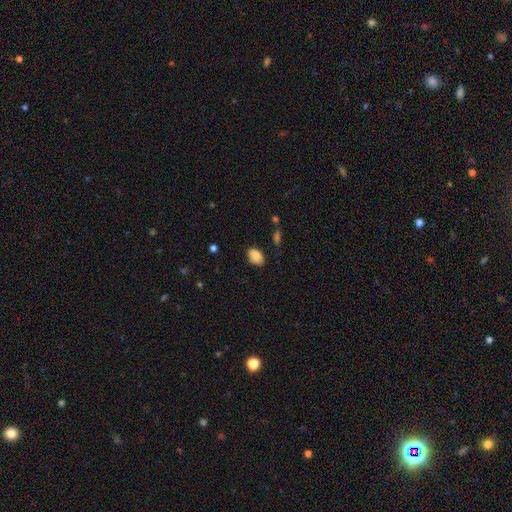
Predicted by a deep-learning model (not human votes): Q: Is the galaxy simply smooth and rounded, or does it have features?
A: smooth — 86%.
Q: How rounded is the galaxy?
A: in between — 84%.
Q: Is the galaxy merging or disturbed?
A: none — 81%.